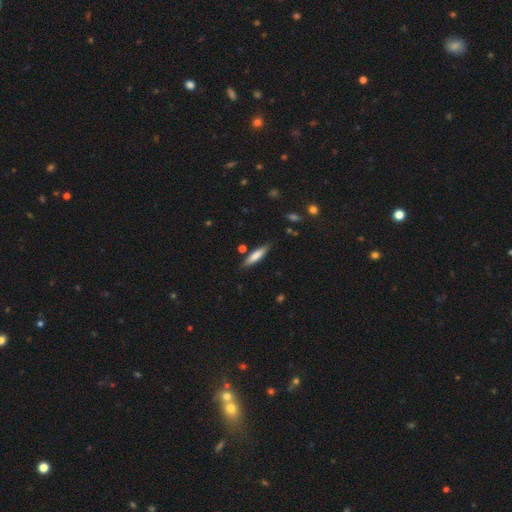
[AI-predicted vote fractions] smooth 70%, featured or disk 23%, star or artifact 6%. Down the decision tree: how rounded — cigar-shaped (79%); merging — none (83%).